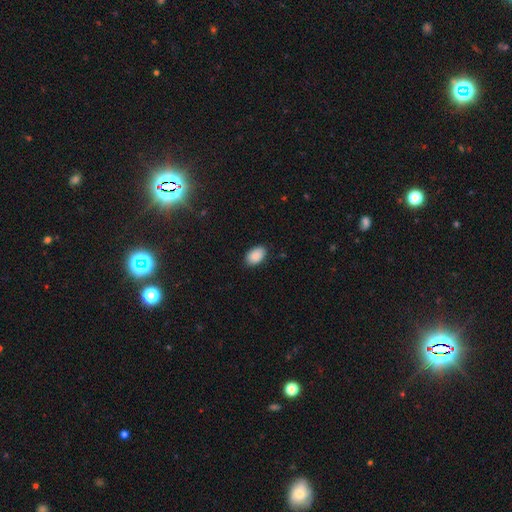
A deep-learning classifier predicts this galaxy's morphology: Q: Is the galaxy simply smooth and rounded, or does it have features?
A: smooth — 90%.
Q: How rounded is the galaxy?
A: in between — 92%.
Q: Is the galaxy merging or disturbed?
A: none — 85%.